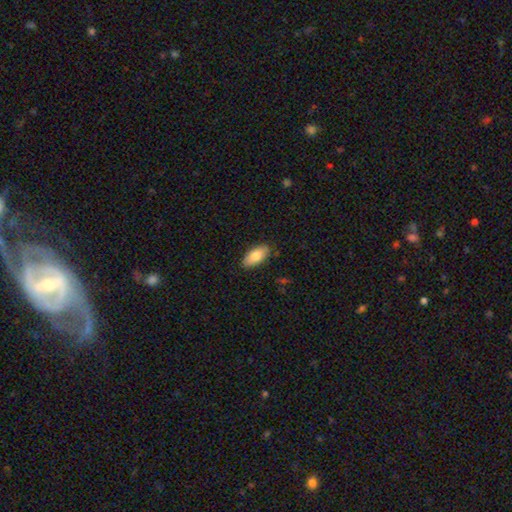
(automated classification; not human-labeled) A smooth galaxy with no disk features (82%) that is in between round and cigar-shaped (89%). Merging: none (86%).